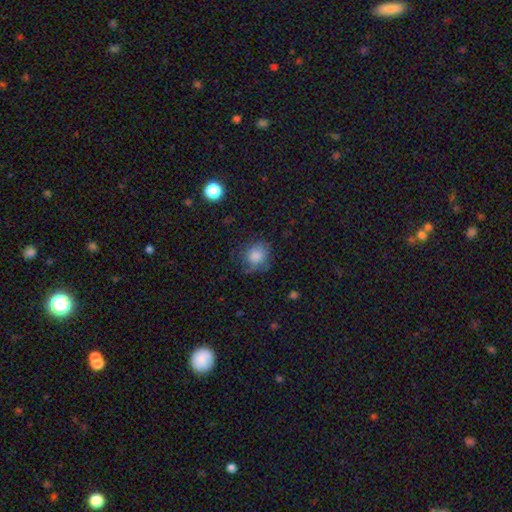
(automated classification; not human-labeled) Smooth or featured: smooth — 79% (featured or disk — 11%)
How rounded: round — 71% (in between — 28%)
Merging: none — 65% (minor disturbance — 24%)